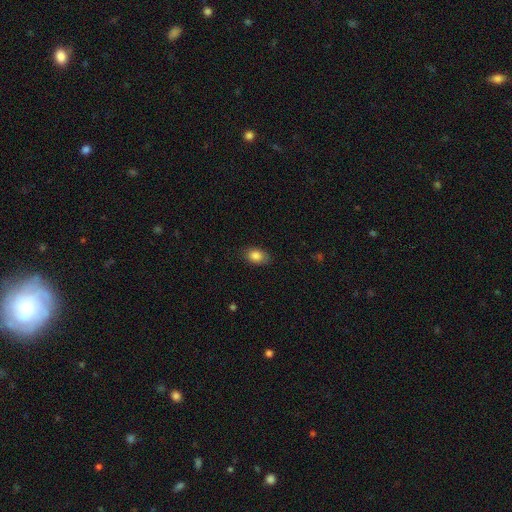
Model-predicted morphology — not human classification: Overall: smooth (85%). How rounded: in between (82%). Merging: none (82%).